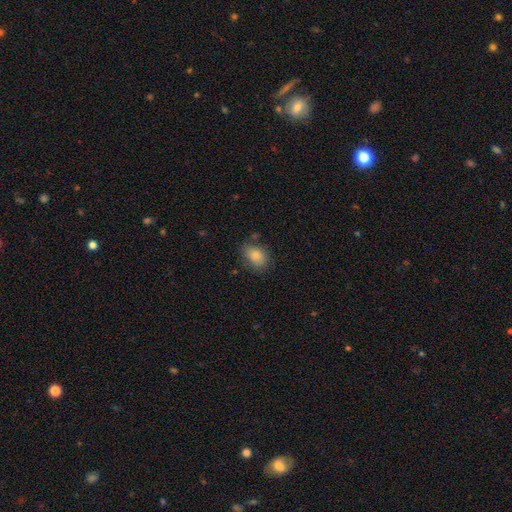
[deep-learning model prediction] Smooth or featured: smooth — 85% (star or artifact — 8%)
How rounded: in between — 77% (round — 22%)
Merging: none — 73% (minor disturbance — 19%)